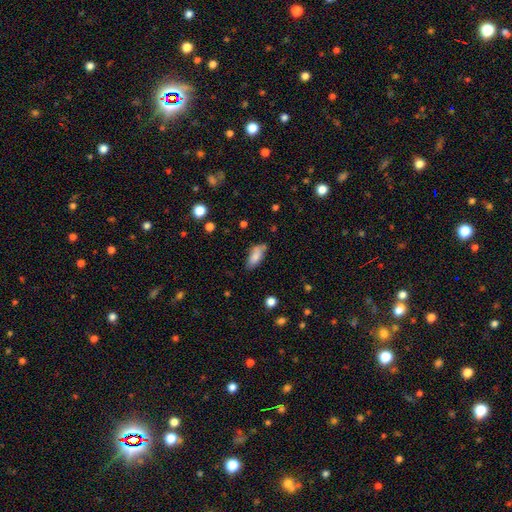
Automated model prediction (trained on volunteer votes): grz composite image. It shows a smooth galaxy with no disk features (80%) that is in between round and cigar-shaped (83%). Merging: none (61%).